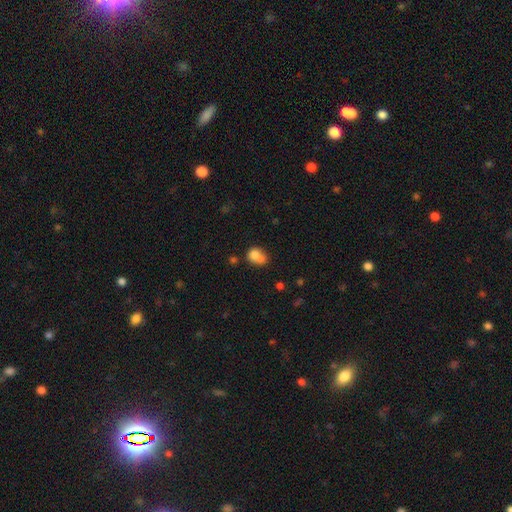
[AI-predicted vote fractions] smooth_or_featured: smooth (p=0.75) [alt: featured or disk p=0.15]
how_rounded: round (p=0.54) [alt: in between p=0.44]
merging: merger (p=0.54) [alt: none p=0.27]